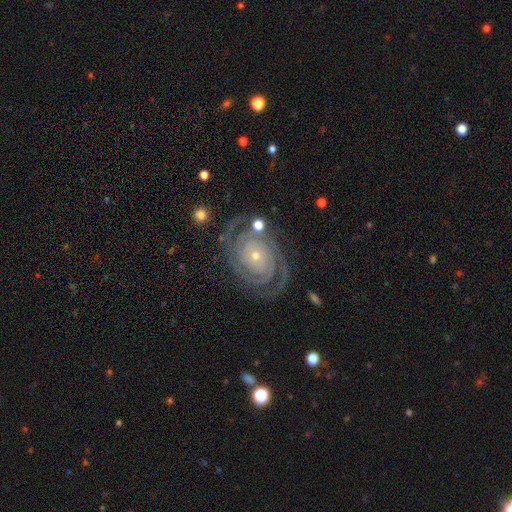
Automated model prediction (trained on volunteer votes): A featured or disk galaxy (91%) with no bar (81%), 2 (56%) tight (83%) spiral arms (98%) and a small central bulge (77%).

Vote fractions:
- Smooth or featured? featured or disk: 91% / star or artifact: 5% / smooth: 4%
- Edge-on disk? no: 97% / yes: 3%
- Bar? no: 81% / weak: 12% / strong: 7%
- Spiral arms? yes: 98% / no: 2%
- Spiral winding? tight: 83% / medium: 15% / loose: 2%
- Spiral arm count? 2: 56% / 3: 17% / can't tell: 9% / 4: 8% / more than 4: 5% / 1: 5%
- Bulge size? small: 77% / moderate: 20% / large: 1% / none: 1% / dominant: 1%
- Merging? none: 77% / minor disturbance: 14% / major disturbance: 6% / merger: 3%